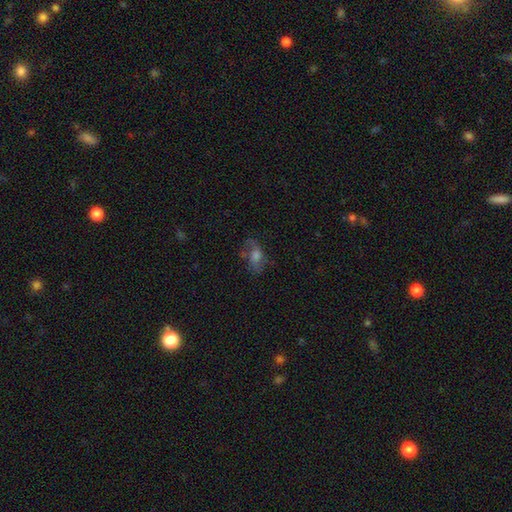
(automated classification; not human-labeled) Overall: featured or disk (45%; smooth 39%). Merging: none (59%; minor disturbance 22%).